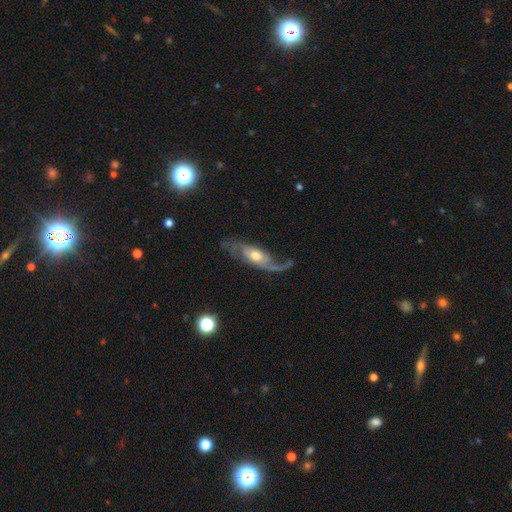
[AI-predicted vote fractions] smooth_or_featured: featured or disk (p=0.82) [alt: smooth p=0.12]
disk_edge_on: no (p=0.87) [alt: yes p=0.13]
bar: no (p=0.63) [alt: weak p=0.29]
has_spiral_arms: yes (p=0.93) [alt: no p=0.07]
spiral_winding: loose (p=0.58) [alt: medium p=0.31]
spiral_arm_count: 2 (p=0.76) [alt: 1 p=0.12]
bulge_size: moderate (p=0.66) [alt: small p=0.20]
merging: none (p=0.58) [alt: minor disturbance p=0.20]